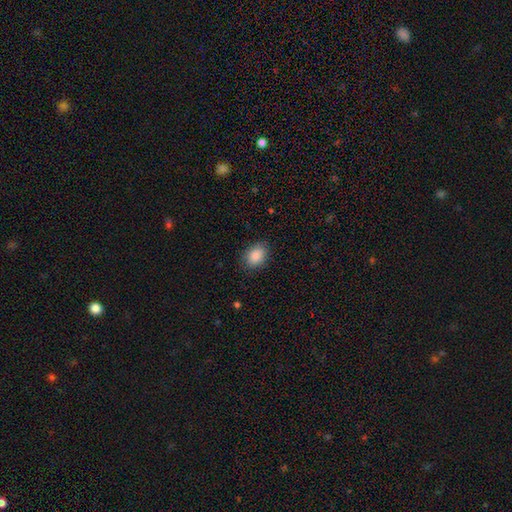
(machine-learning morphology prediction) A smooth galaxy with no disk features (88%) that is in between round and cigar-shaped (77%).

Vote fractions:
- Smooth or featured? smooth: 88% / star or artifact: 7% / featured or disk: 4%
- How rounded? in between: 77% / round: 22% / cigar-shaped: 1%
- Merging? none: 84% / minor disturbance: 12% / major disturbance: 3% / merger: 1%